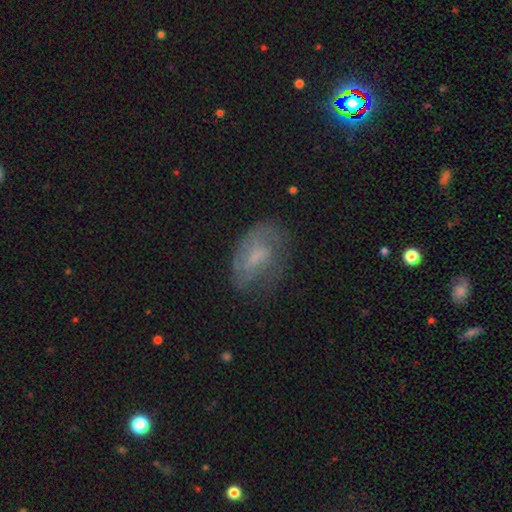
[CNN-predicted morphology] A featured or disk galaxy (49%).

Vote fractions:
- Smooth or featured? featured or disk: 49% / smooth: 41% / star or artifact: 10%
- Merging? none: 56% / minor disturbance: 26% / major disturbance: 16% / merger: 2%